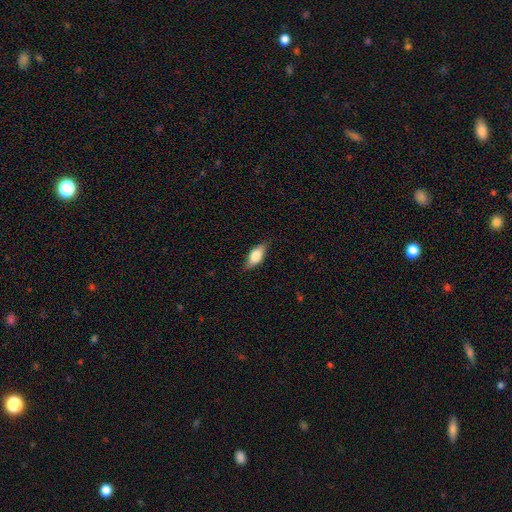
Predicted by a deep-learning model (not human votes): smooth 69%, featured or disk 24%, star or artifact 7%. Down the decision tree: how rounded — in between (81%); merging — none (79%).